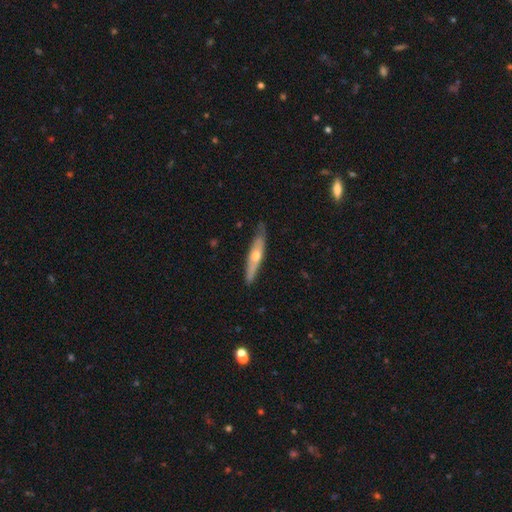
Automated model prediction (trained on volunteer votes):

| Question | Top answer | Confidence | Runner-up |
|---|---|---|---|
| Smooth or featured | featured or disk | 56% | smooth (38%) |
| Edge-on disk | yes | 86% | no (14%) |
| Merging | none | 81% | minor disturbance (15%) |